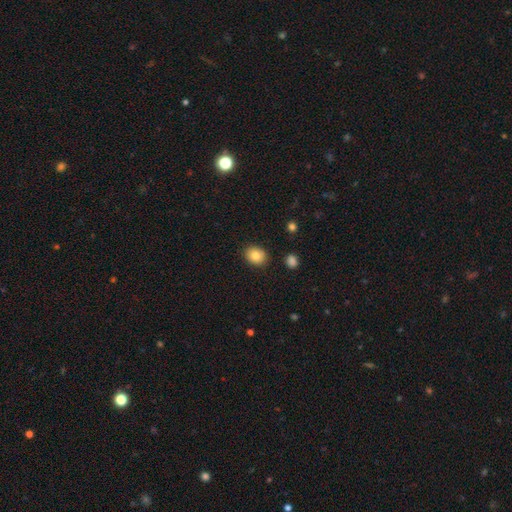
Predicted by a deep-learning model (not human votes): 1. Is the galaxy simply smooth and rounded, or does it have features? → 85% smooth, 9% star or artifact, 7% featured or disk.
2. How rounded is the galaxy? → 51% round, 49% in between, 1% cigar-shaped.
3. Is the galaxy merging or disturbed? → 88% none, 8% minor disturbance, 2% major disturbance, 2% merger.